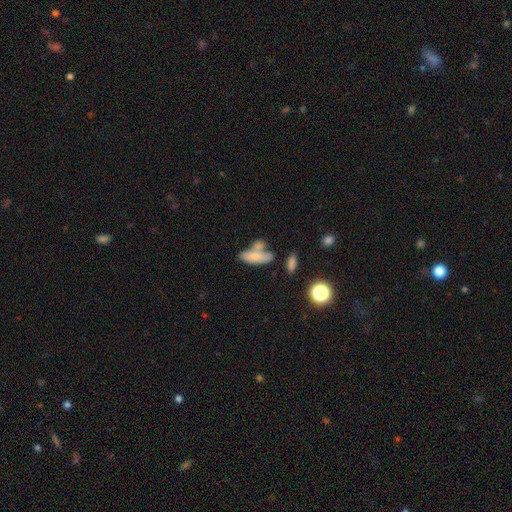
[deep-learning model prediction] This is likely a smooth galaxy (74%). How rounded: likely in between (71%). Merging: marginally none (39%).